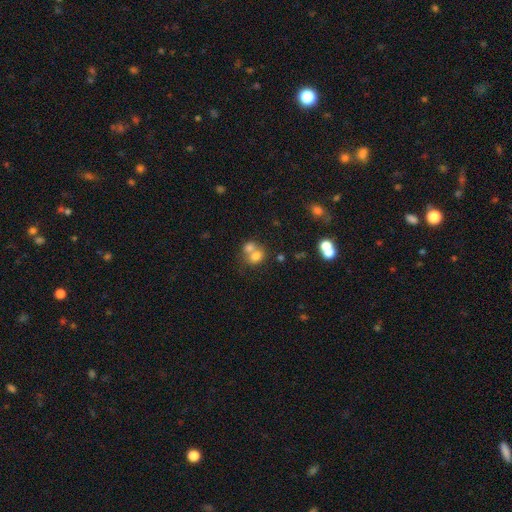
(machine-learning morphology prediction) The model was most divided on "how rounded": round: 57%, in between: 42%, cigar-shaped: 1%. More confident: smooth or featured — smooth (73%); merging — merger (60%).